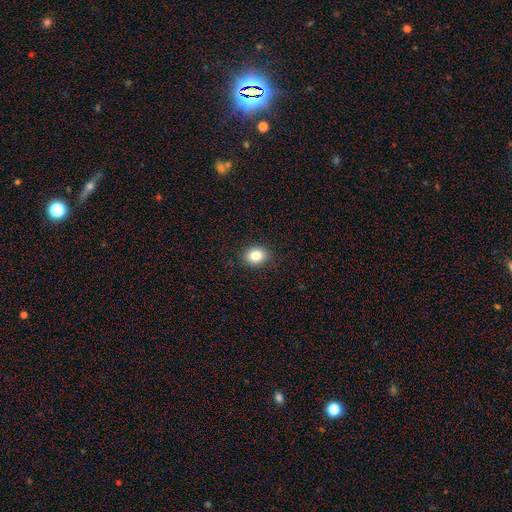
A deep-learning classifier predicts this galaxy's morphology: Smooth or featured? Predicted: smooth (p=0.83). How rounded? Predicted: round (p=0.56). Merging? Predicted: none (p=0.89).